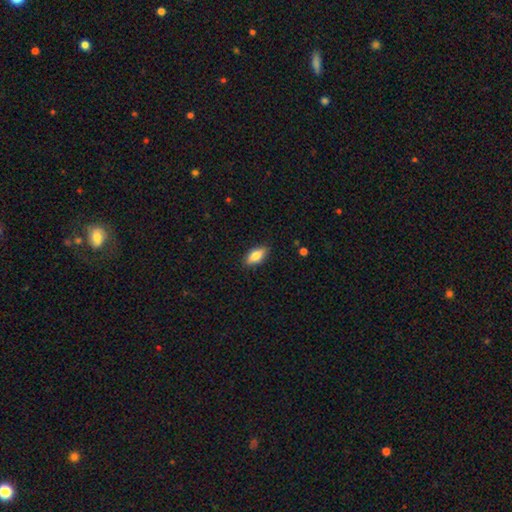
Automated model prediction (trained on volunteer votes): smooth_or_featured: smooth (p=0.73) [alt: featured or disk p=0.20]
how_rounded: in between (p=0.82) [alt: cigar-shaped p=0.14]
merging: none (p=0.86) [alt: minor disturbance p=0.11]